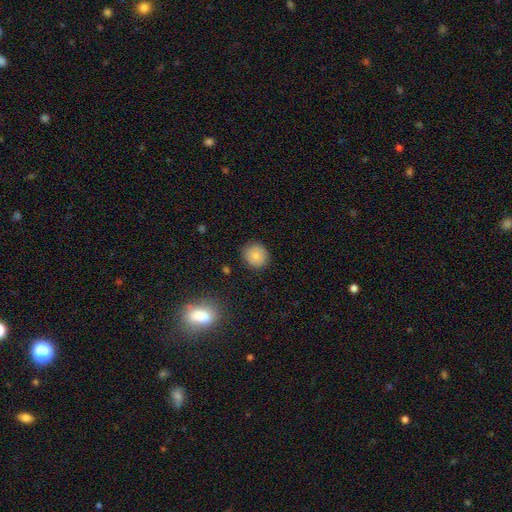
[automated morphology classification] A smooth galaxy with no disk features (80%) that is round (88%).

Vote fractions:
- Smooth or featured? smooth: 80% / featured or disk: 11% / star or artifact: 10%
- How rounded? round: 88% / in between: 11% / cigar-shaped: 1%
- Merging? none: 88% / minor disturbance: 8% / major disturbance: 2% / merger: 1%